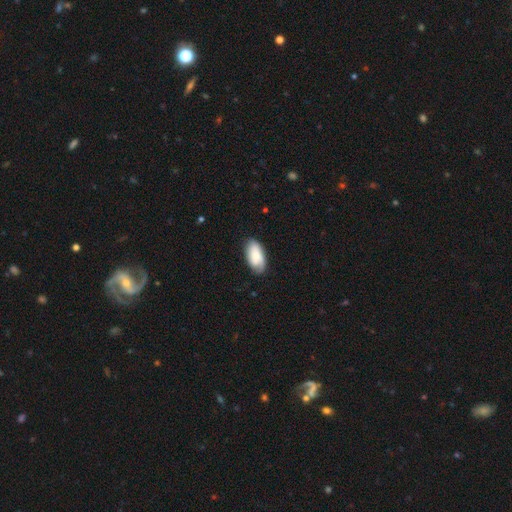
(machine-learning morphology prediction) This appears to be a smooth galaxy with no disk features (72%) that is in between round and cigar-shaped (94%). Merging: none (74%).